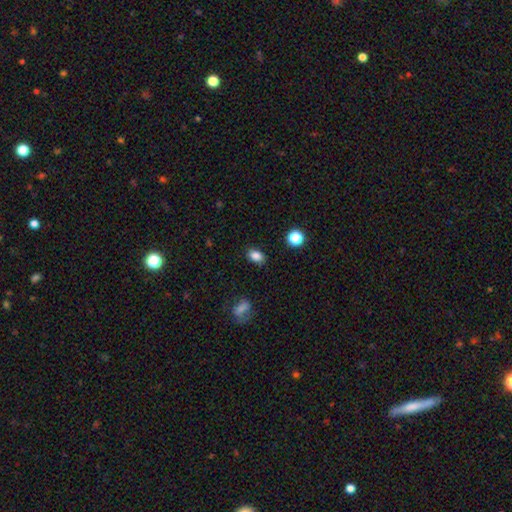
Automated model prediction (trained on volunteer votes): Smooth or featured? Predicted: smooth (p=0.85). How rounded? Predicted: in between (p=0.83). Merging? Predicted: none (p=0.85).